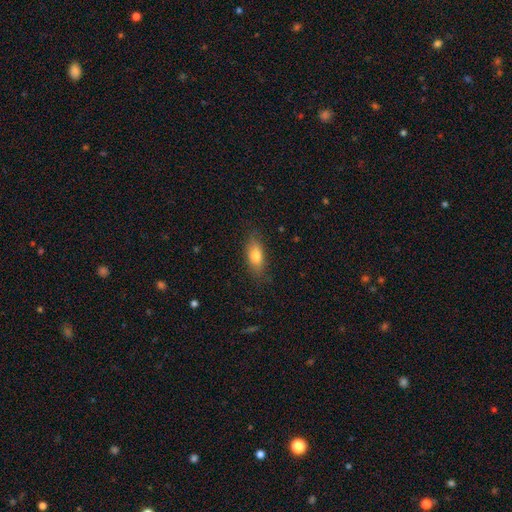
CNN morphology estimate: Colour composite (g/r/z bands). It shows a smooth galaxy with no disk features (76%) that is in between round and cigar-shaped (76%). Merging: none (82%).